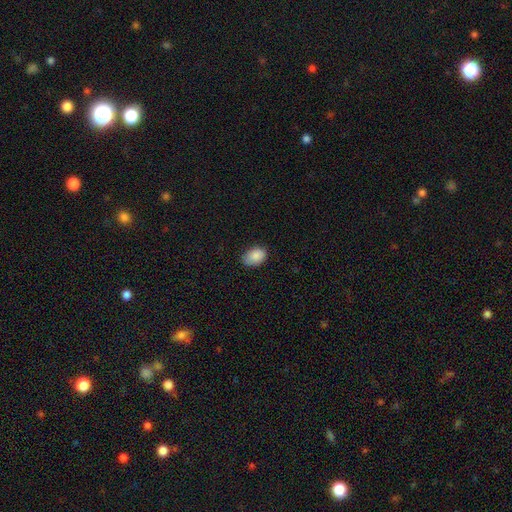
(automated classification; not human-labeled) Smooth or featured: smooth — 88% (star or artifact — 7%)
How rounded: in between — 86% (round — 13%)
Merging: none — 75% (minor disturbance — 21%)